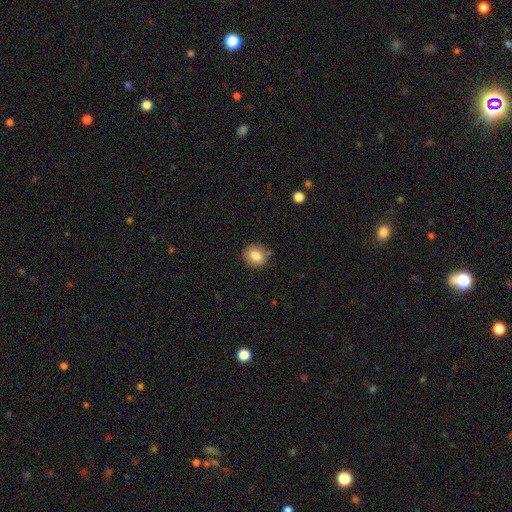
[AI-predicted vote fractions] smooth_or_featured: smooth (p=0.81) [alt: featured or disk p=0.10]
how_rounded: round (p=0.78) [alt: in between p=0.21]
merging: none (p=0.84) [alt: minor disturbance p=0.11]